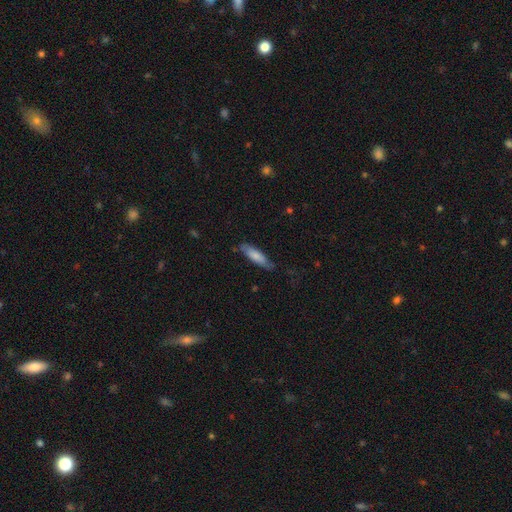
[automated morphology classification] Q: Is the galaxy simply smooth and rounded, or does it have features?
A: smooth — 75%.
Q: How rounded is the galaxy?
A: cigar-shaped — 60%.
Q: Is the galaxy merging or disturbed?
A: none — 71%.